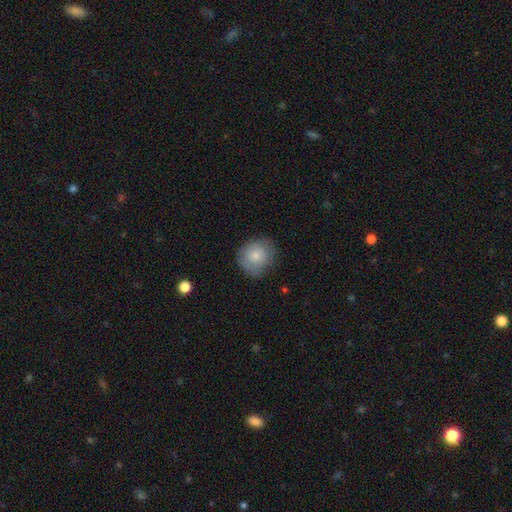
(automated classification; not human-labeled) smooth_or_featured: smooth (p=0.77) [alt: featured or disk p=0.16]
how_rounded: round (p=0.83) [alt: in between p=0.16]
merging: none (p=0.76) [alt: minor disturbance p=0.18]